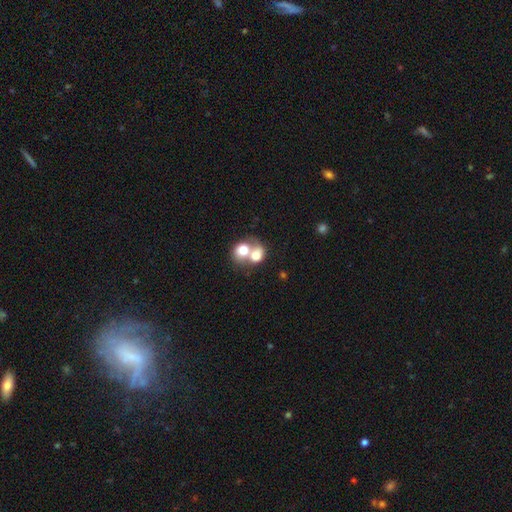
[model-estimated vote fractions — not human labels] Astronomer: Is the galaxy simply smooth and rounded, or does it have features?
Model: smooth — 73%.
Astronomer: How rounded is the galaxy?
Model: round — 54% (runner-up: in between, 45%).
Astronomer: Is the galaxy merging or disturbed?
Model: merger — 76%.